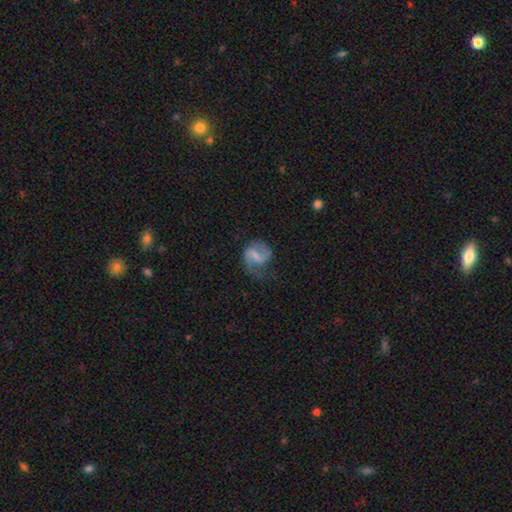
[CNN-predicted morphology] Smooth or featured? Predicted: featured or disk (p=0.68). Edge-on disk? Predicted: no (p=0.98). Bar? Predicted: weak (p=0.47). Spiral arms? Predicted: yes (p=0.89). Spiral winding? Predicted: medium (p=0.43). Spiral arm count? Predicted: 2 (p=0.69). Bulge size? Predicted: none (p=0.44). Merging? Predicted: none (p=0.48).